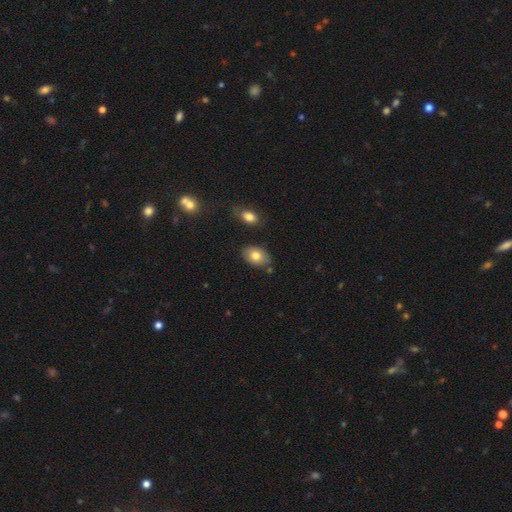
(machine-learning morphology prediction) The model was most divided on "merging": none: 78%, minor disturbance: 14%, merger: 5%, major disturbance: 3%. More confident: how rounded — in between (86%); smooth or featured — smooth (79%).